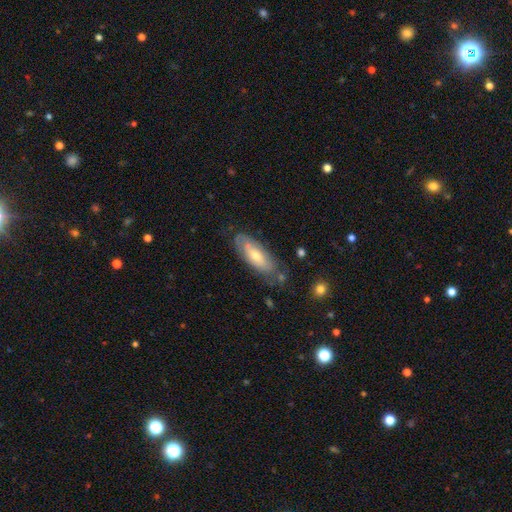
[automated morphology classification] This appears to be a smooth galaxy with no disk features (48%). Merging: none (70%).